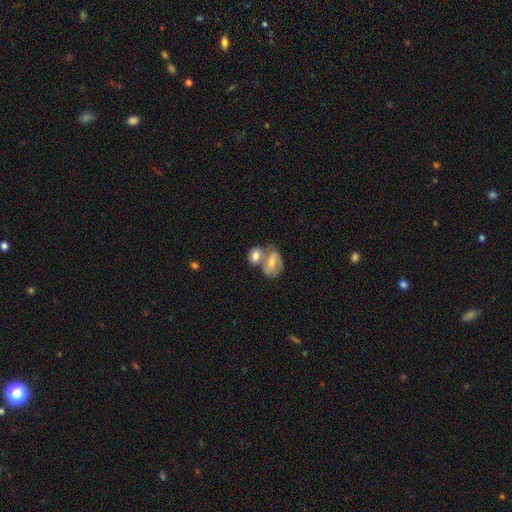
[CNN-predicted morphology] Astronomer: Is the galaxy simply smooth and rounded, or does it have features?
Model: smooth — 64%.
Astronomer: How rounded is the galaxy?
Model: in between — 63%.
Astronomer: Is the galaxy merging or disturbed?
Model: merger — 58%.